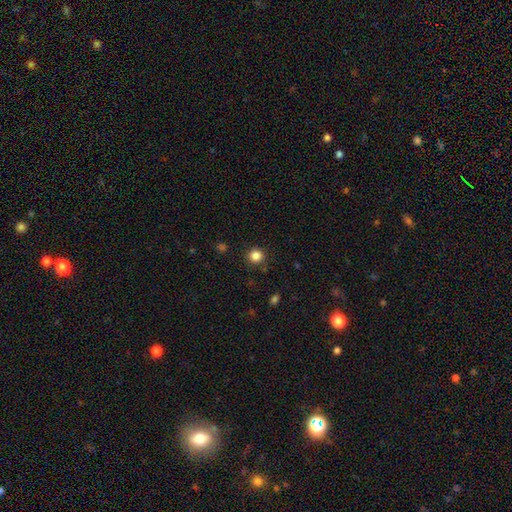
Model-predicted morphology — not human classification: smooth_or_featured: smooth (p=0.84) [alt: star or artifact p=0.12]
how_rounded: round (p=0.93) [alt: in between p=0.06]
merging: none (p=0.89) [alt: minor disturbance p=0.07]